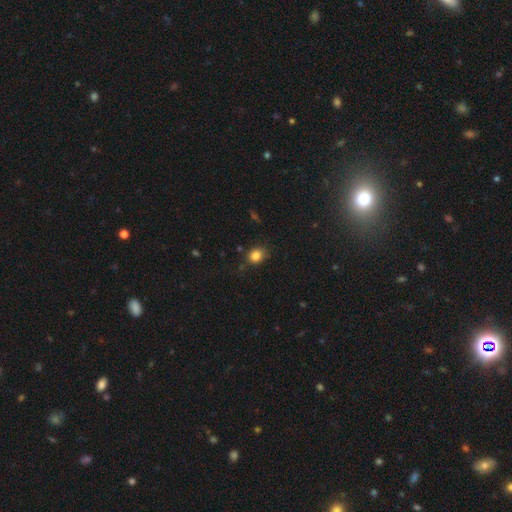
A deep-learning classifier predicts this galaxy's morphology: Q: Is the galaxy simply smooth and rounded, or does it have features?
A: smooth — 84%.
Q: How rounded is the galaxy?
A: round — 60%.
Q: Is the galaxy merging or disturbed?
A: none — 79%.